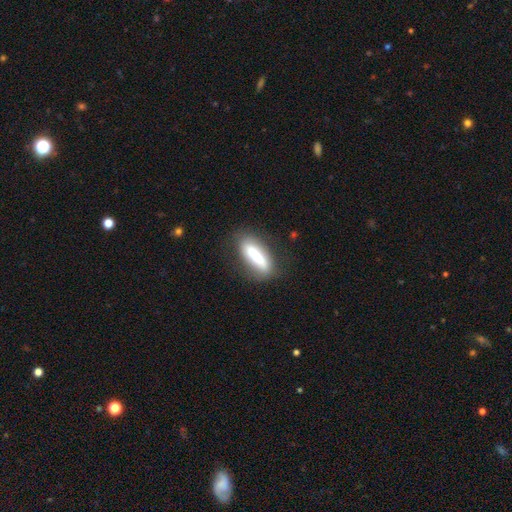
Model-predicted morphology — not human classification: Overall: smooth (60%; featured or disk 33%). How rounded: cigar-shaped (64%; in between 34%). Merging: none (79%).